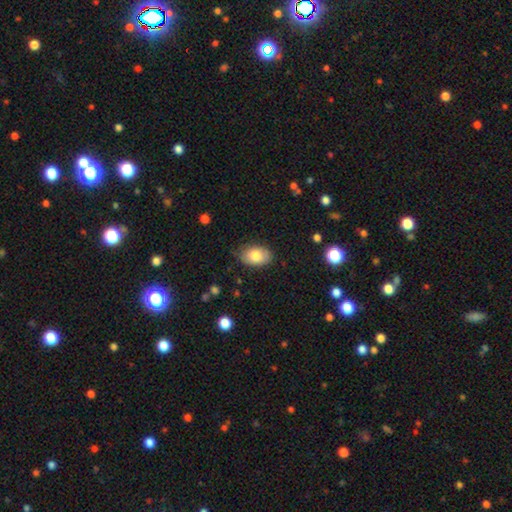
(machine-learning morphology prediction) smooth_or_featured: smooth (p=0.80) [alt: featured or disk p=0.13]
how_rounded: in between (p=0.89) [alt: round p=0.10]
merging: none (p=0.79) [alt: minor disturbance p=0.17]